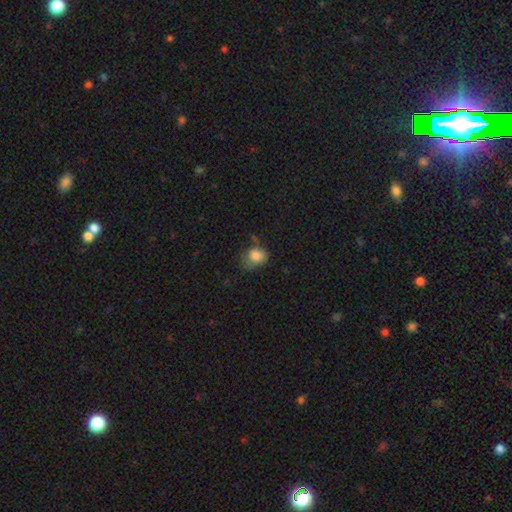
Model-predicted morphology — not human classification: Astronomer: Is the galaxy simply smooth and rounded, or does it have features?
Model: smooth — 83%.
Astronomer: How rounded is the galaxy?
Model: in between — 52% (runner-up: round, 47%).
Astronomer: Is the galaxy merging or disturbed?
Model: none — 44% (runner-up: minor disturbance, 36%).